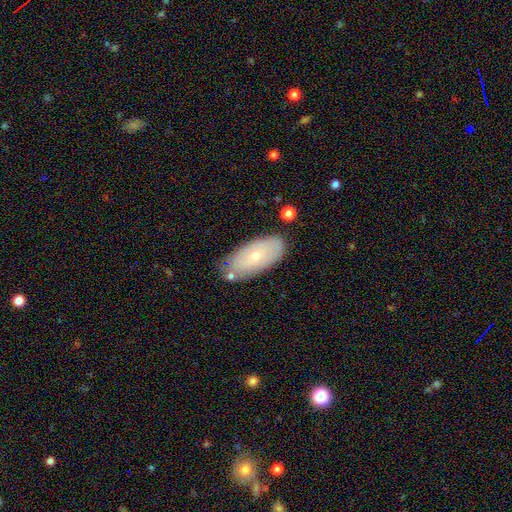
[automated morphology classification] type=smooth (56%); roundness=in between (90%); merging=none (74%).